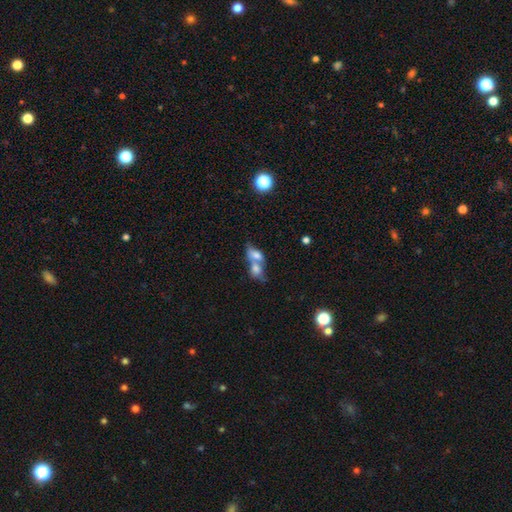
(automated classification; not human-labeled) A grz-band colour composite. It shows a smooth galaxy with no disk features (68%) that is in between round and cigar-shaped (76%). Merging: merger (74%).